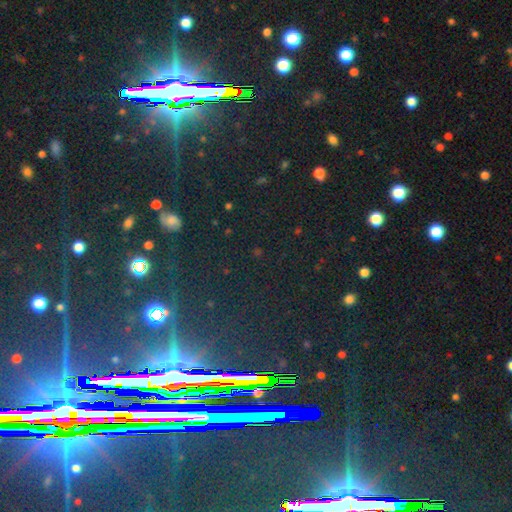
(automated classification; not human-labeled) Q: Smooth or featured?
A: star or artifact (84%); runner-up: smooth (8%)